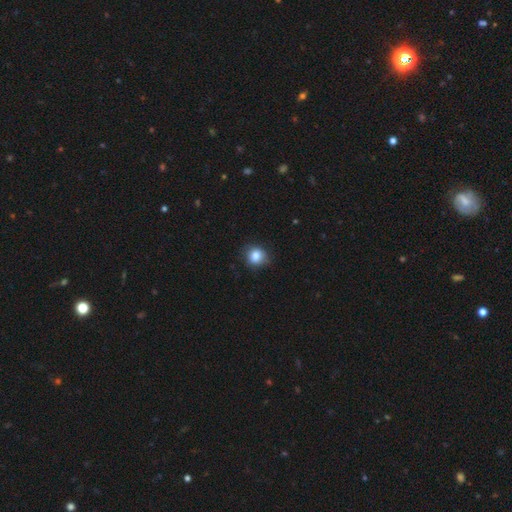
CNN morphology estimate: Smooth or featured: smooth — 84% (star or artifact — 10%)
How rounded: round — 74% (in between — 25%)
Merging: none — 79% (minor disturbance — 17%)